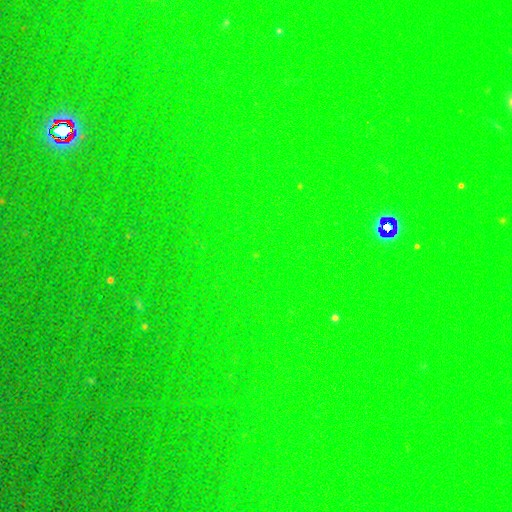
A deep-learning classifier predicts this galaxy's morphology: A star or artifact, not a galaxy (78%).